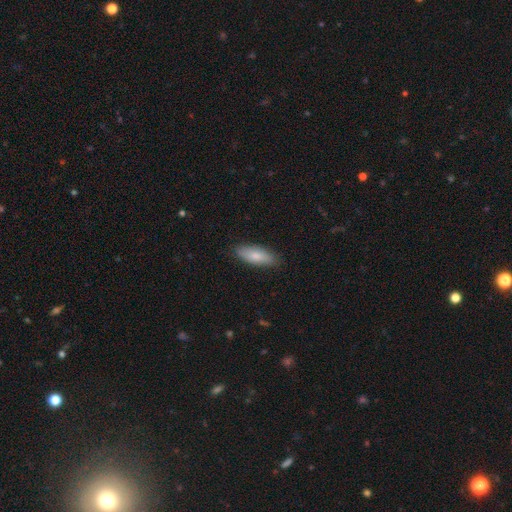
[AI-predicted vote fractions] This appears to be a smooth galaxy with no disk features (79%) that is in between round and cigar-shaped (72%). Merging: none (86%).